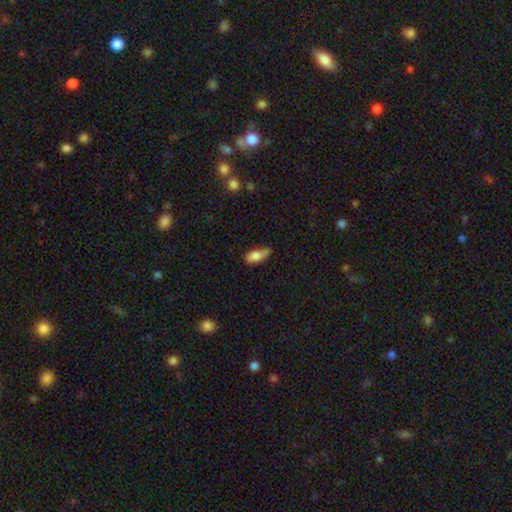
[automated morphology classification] A smooth galaxy with no disk features (76%) that is in between round and cigar-shaped (79%). Merging: none (48%).